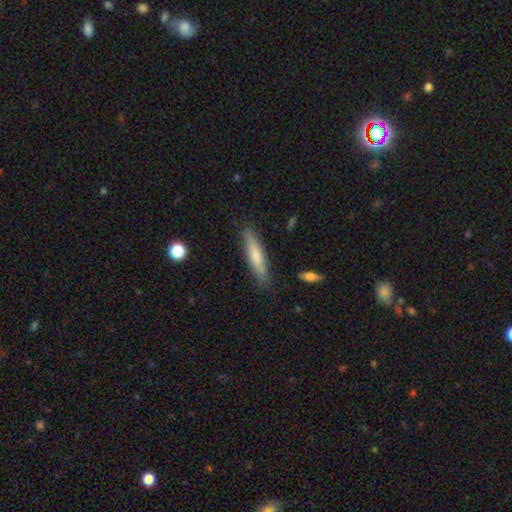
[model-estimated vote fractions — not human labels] smooth-or-featured: smooth: 72% | featured or disk: 22% | star or artifact: 6%
  how-rounded: cigar-shaped: 83% | in between: 15% | round: 1%
  merging: none: 84% | minor disturbance: 12% | major disturbance: 2% | merger: 2%